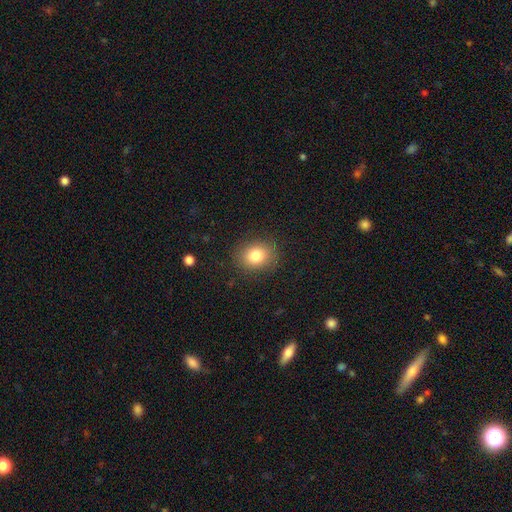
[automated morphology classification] smooth-or-featured: smooth: 81% | star or artifact: 11% | featured or disk: 8%
  how-rounded: round: 59% | in between: 40% | cigar-shaped: 1%
  merging: none: 86% | minor disturbance: 10% | major disturbance: 3% | merger: 1%